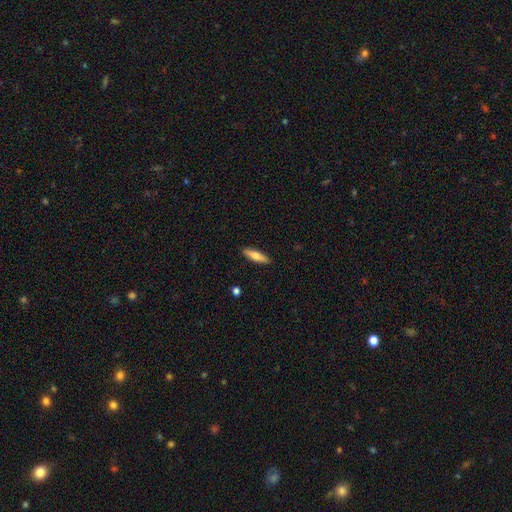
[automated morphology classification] Smooth or featured: smooth — 69% (featured or disk — 25%)
How rounded: cigar-shaped — 69% (in between — 29%)
Merging: none — 90% (minor disturbance — 7%)